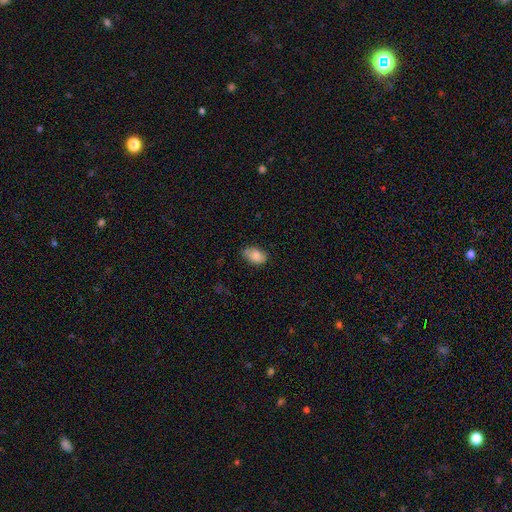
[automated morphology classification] smooth 84%, featured or disk 9%, star or artifact 7%. Down the decision tree: how rounded — in between (87%); merging — none (71%).